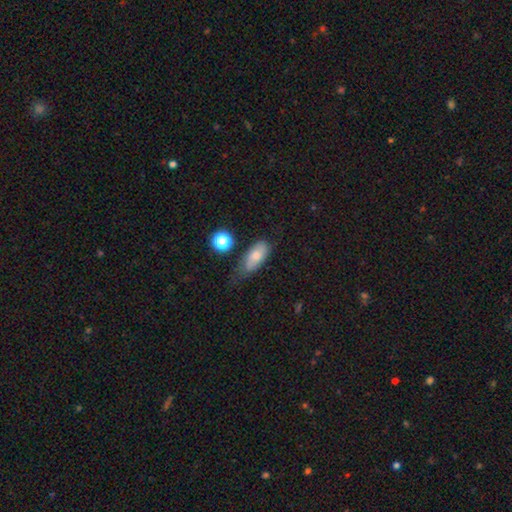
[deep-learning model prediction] A smooth galaxy with no disk features (73%) that is in between round and cigar-shaped (84%). Merging: none (53%).